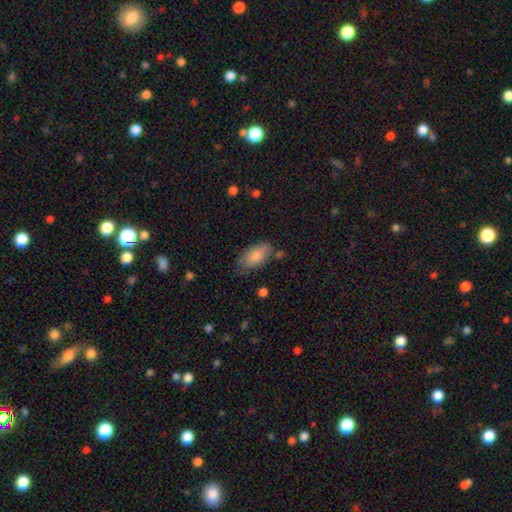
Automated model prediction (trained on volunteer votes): The model was most divided on "merging": none: 64%, minor disturbance: 25%, major disturbance: 6%, merger: 4%. More confident: how rounded — in between (92%); smooth or featured — smooth (81%).